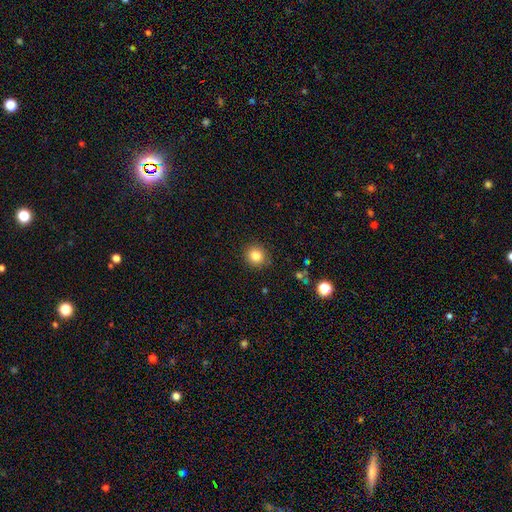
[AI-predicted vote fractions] Morphology: type=smooth (84%); roundness=round (90%); merging=none (90%).